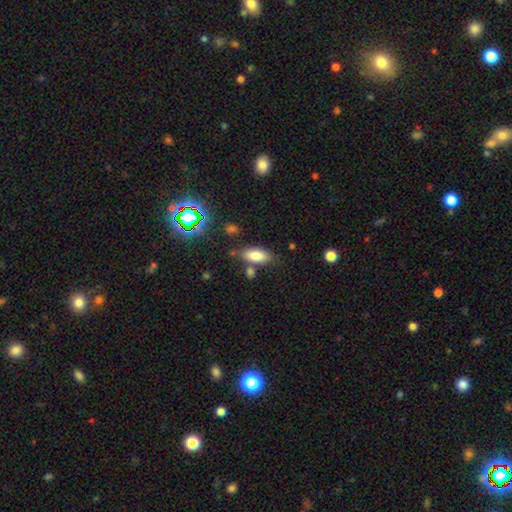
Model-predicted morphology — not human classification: smooth-or-featured: smooth: 79% | featured or disk: 12% | star or artifact: 10%
  how-rounded: in between: 81% | cigar-shaped: 15% | round: 3%
  merging: none: 70% | minor disturbance: 15% | merger: 11% | major disturbance: 4%